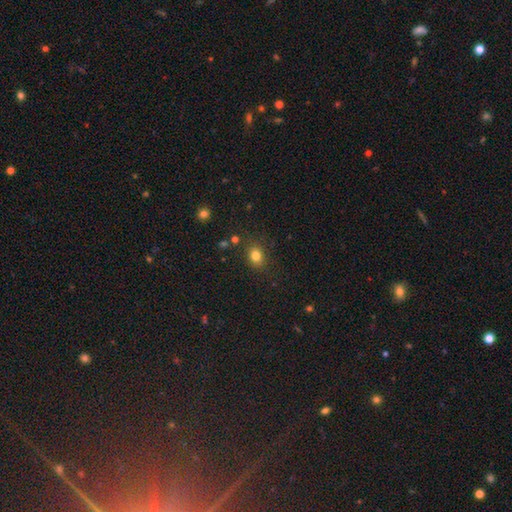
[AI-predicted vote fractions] The model was most divided on "how rounded": round: 53%, in between: 46%, cigar-shaped: 1%. More confident: merging — none (82%); smooth or featured — smooth (80%).